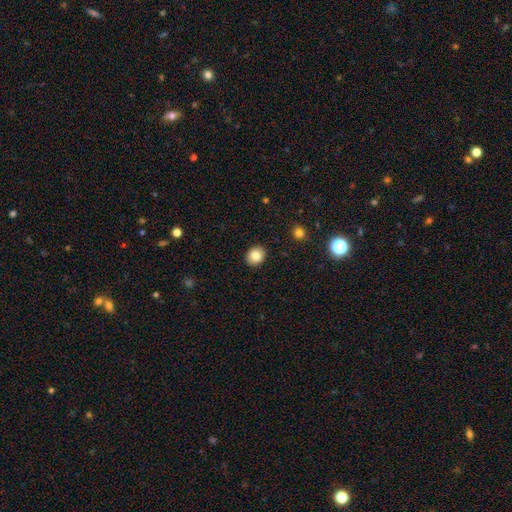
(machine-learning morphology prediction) smooth 83%, star or artifact 9%, featured or disk 7%. Down the decision tree: how rounded — round (65%); merging — none (91%).